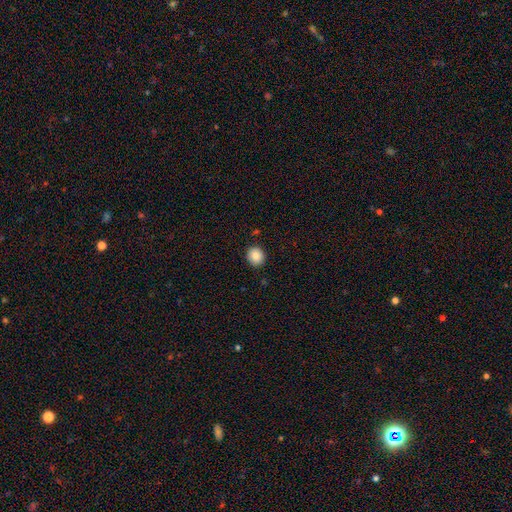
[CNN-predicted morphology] This is clearly a smooth galaxy (86%). How rounded: likely round (79%). Merging: clearly none (90%).